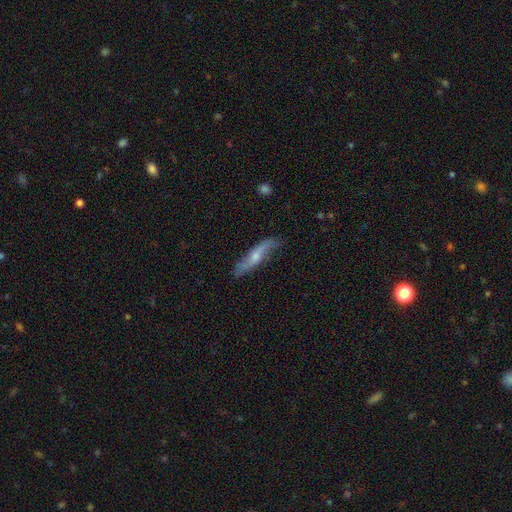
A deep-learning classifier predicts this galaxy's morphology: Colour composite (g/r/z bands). It shows a featured or disk galaxy (61%) viewed edge-on (55%). Merging: none (74%).